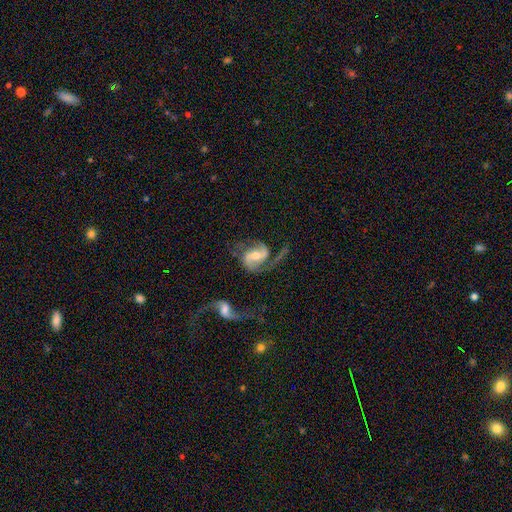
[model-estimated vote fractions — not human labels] Smooth or featured: featured or disk — 87% (smooth — 8%)
Edge-on disk: no — 97% (yes — 3%)
Bar: weak — 48% (no — 28%)
Spiral arms: yes — 96% (no — 4%)
Spiral winding: loose — 44% (medium — 43%)
Spiral arm count: 2 — 82% (1 — 10%)
Bulge size: moderate — 62% (small — 31%)
Merging: none — 50% (major disturbance — 23%)